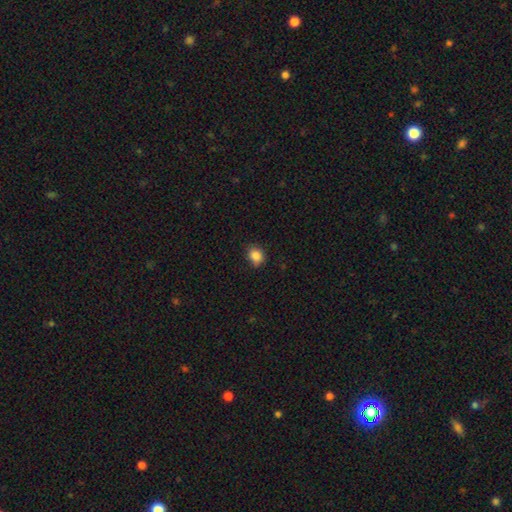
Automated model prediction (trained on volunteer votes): This appears to be a smooth galaxy with no disk features (86%) that is round (57%). Merging: none (78%).